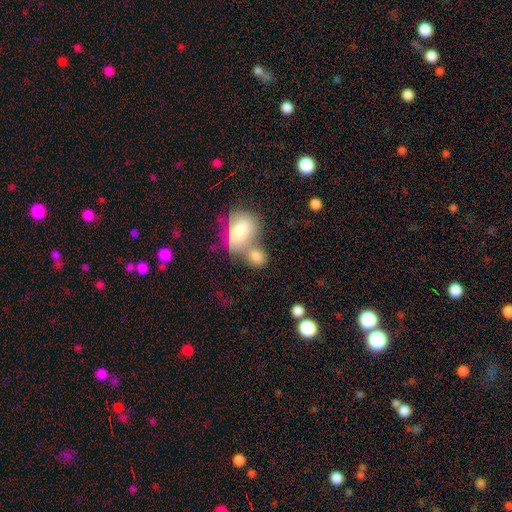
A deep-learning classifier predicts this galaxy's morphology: type=smooth (79%); roundness=in between (64%); merging=merger (58%).